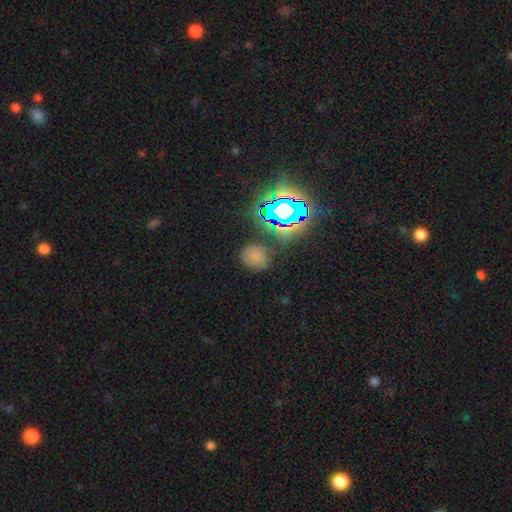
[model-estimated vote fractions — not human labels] Morphology: type=smooth (64%); roundness=round (71%); merging=none (74%).